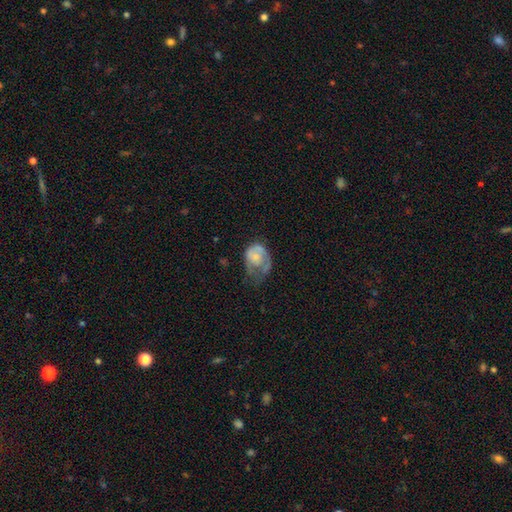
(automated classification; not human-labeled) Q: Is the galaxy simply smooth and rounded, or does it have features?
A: featured or disk — 47%, tied with smooth.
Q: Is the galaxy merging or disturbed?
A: major disturbance — 46%.